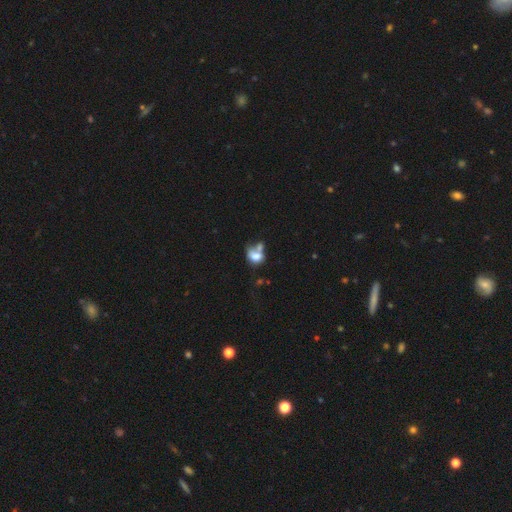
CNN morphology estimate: Smooth or featured? Predicted: smooth (p=0.69). How rounded? Predicted: in between (p=0.68). Merging? Predicted: merger (p=0.53).